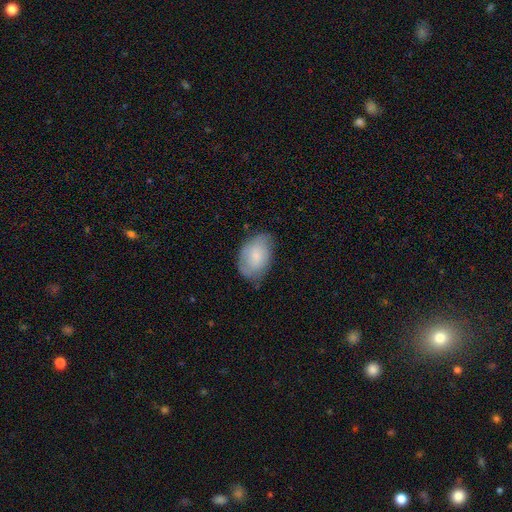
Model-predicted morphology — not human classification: This is likely a smooth galaxy (69%). How rounded: clearly in between (88%). Merging: likely none (65%).